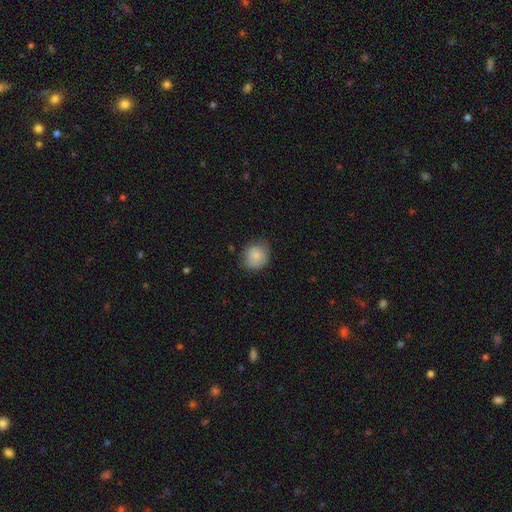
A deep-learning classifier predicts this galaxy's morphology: The model was most divided on "merging": none: 69%, minor disturbance: 23%, major disturbance: 6%, merger: 1%. More confident: smooth or featured — smooth (79%); how rounded — round (73%).